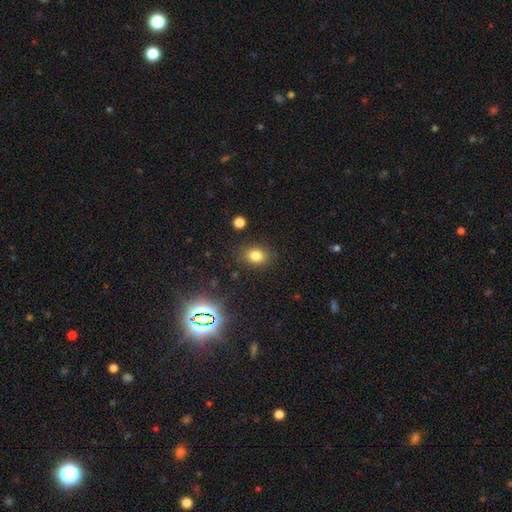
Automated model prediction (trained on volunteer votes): smooth-or-featured: smooth: 79% | star or artifact: 14% | featured or disk: 7%
  how-rounded: in between: 56% | round: 43% | cigar-shaped: 1%
  merging: none: 84% | minor disturbance: 10% | major disturbance: 3% | merger: 2%